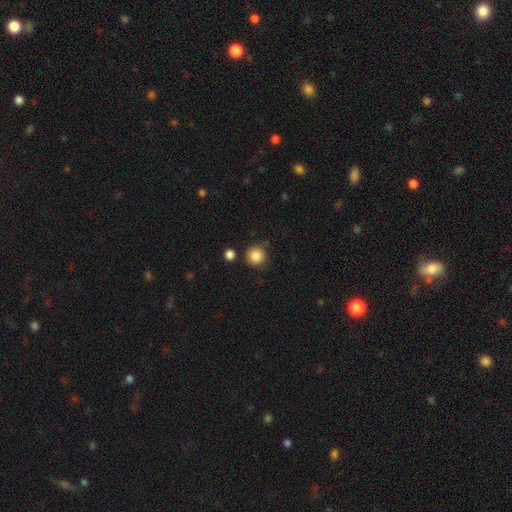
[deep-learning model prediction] A smooth galaxy with no disk features (86%) that is round (94%). Merging: none (82%).